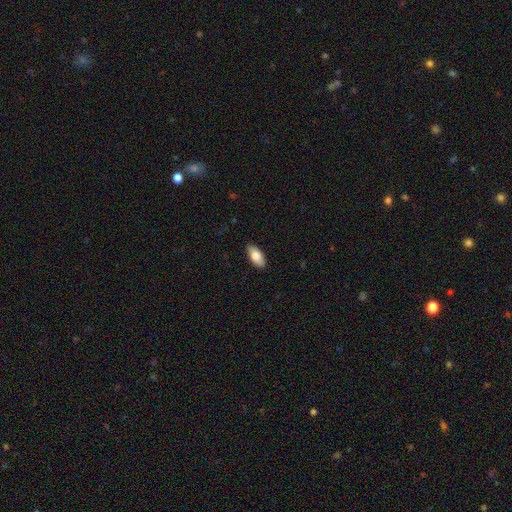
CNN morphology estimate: Q: Smooth or featured?
A: smooth (82%); runner-up: featured or disk (12%)
Q: How rounded?
A: in between (90%); runner-up: cigar-shaped (7%)
Q: Merging?
A: none (87%); runner-up: minor disturbance (10%)